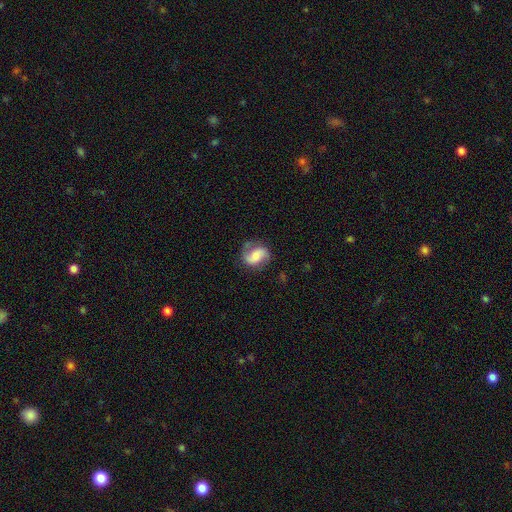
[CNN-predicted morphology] The model was most divided on "spiral winding": medium: 43%, loose: 37%, tight: 20%. Remaining: edge-on disk — no (97%); spiral arms — yes (91%); spiral arm count — 2 (85%); merging — none (70%); smooth or featured — featured or disk (64%); bulge size — moderate (47%); bar — no (46%).